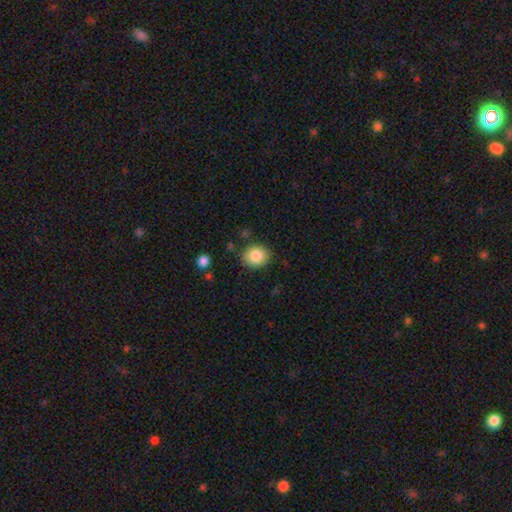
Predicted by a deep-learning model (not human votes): This appears to be a smooth galaxy with no disk features (84%) that is round (63%). Merging: none (85%).